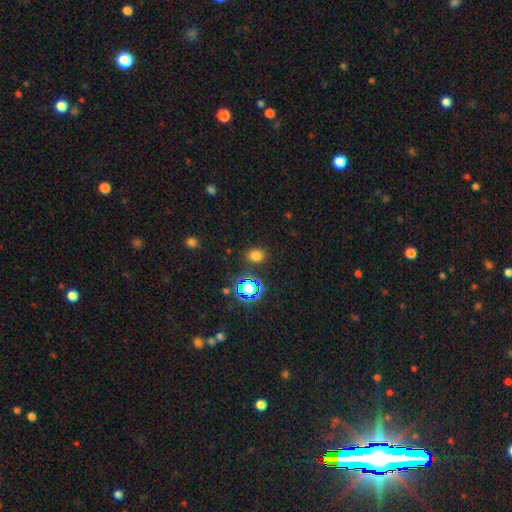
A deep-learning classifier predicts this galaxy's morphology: type=smooth (70%); roundness=round (57%); merging=none (83%).